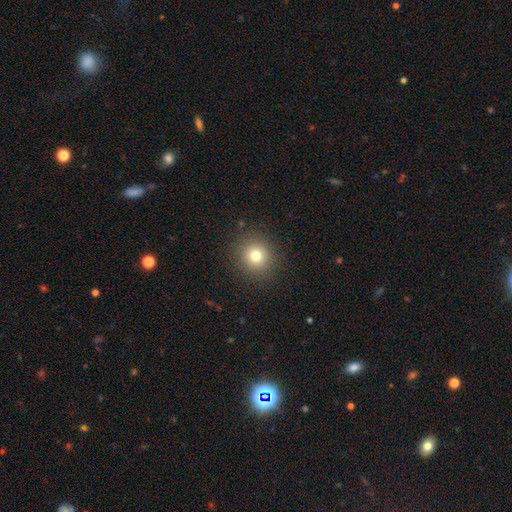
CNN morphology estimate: This is likely a smooth galaxy (77%). How rounded: clearly round (92%). Merging: clearly none (90%).